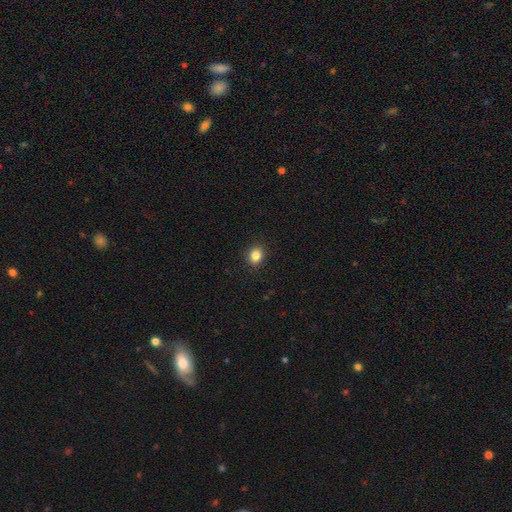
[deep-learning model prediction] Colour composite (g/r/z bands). It shows a smooth galaxy with no disk features (85%) that is round (57%). Merging: none (91%).